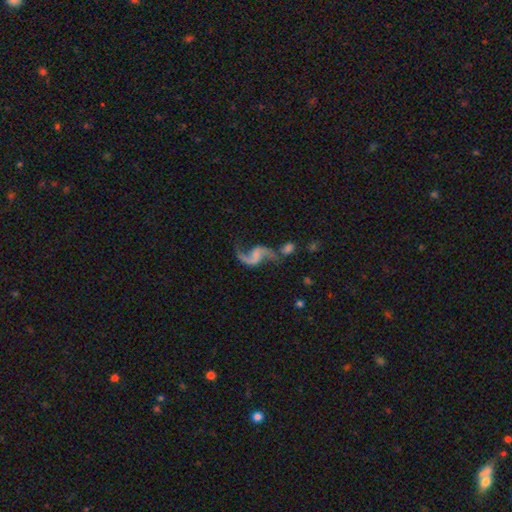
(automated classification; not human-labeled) smooth_or_featured: featured or disk (p=0.87) [alt: smooth p=0.07]
disk_edge_on: no (p=0.98) [alt: yes p=0.02]
bar: no (p=0.50) [alt: weak p=0.37]
has_spiral_arms: yes (p=0.95) [alt: no p=0.05]
spiral_winding: loose (p=0.87) [alt: medium p=0.11]
spiral_arm_count: 2 (p=0.90) [alt: 1 p=0.06]
bulge_size: none (p=0.63) [alt: small p=0.21]
merging: none (p=0.46) [alt: merger p=0.21]